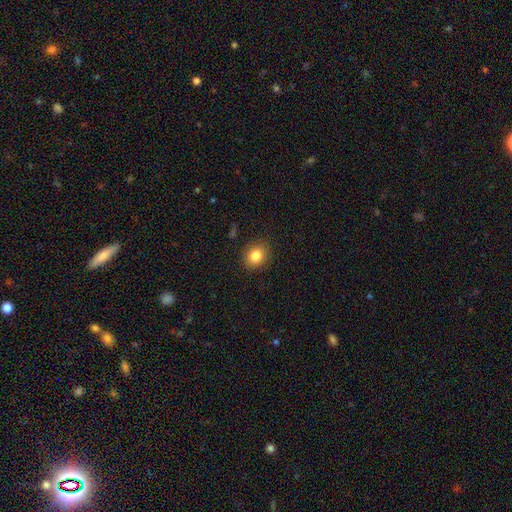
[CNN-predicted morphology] Smooth or featured: smooth — 83% (star or artifact — 10%)
How rounded: round — 60% (in between — 39%)
Merging: none — 89% (minor disturbance — 8%)